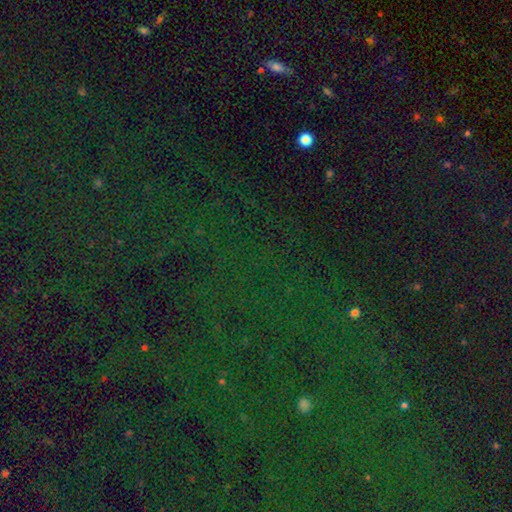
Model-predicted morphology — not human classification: star or artifact 80%, smooth 12%, featured or disk 8%.